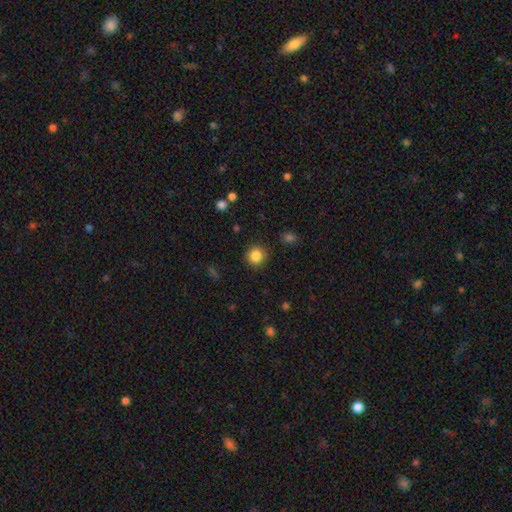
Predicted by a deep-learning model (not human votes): The model was most divided on "smooth or featured": smooth: 84%, star or artifact: 11%, featured or disk: 5%. More confident: how rounded — round (91%); merging — none (90%).